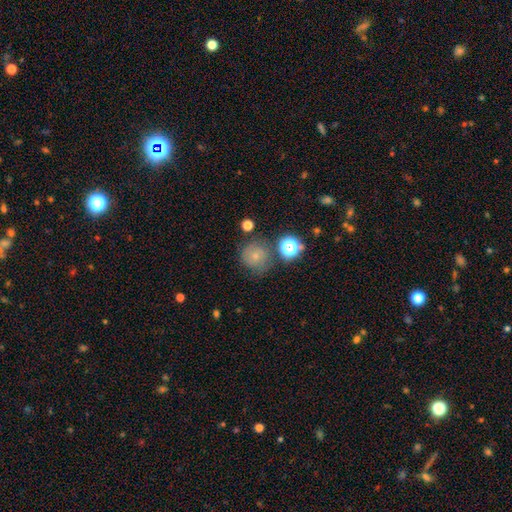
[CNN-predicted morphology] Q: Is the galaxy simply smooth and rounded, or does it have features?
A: smooth — 63%.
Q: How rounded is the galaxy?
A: round — 90%.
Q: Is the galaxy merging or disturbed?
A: none — 70%.